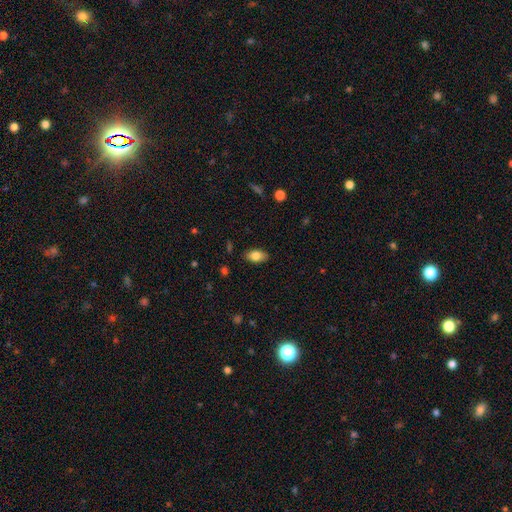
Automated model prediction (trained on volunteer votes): This is clearly a smooth galaxy (82%). How rounded: clearly in between (92%). Merging: clearly none (86%).